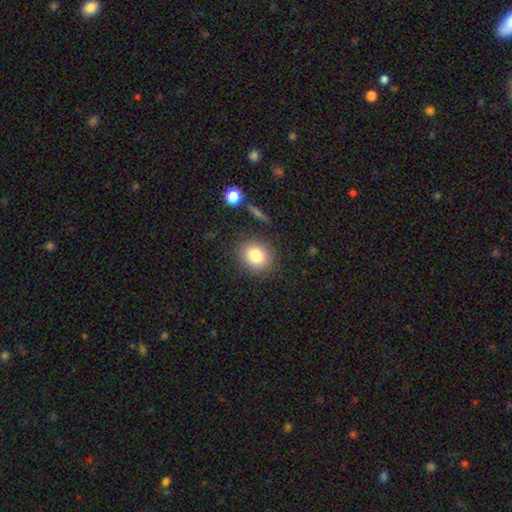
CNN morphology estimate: A smooth galaxy with no disk features (82%) that is round (70%). Merging: none (84%).